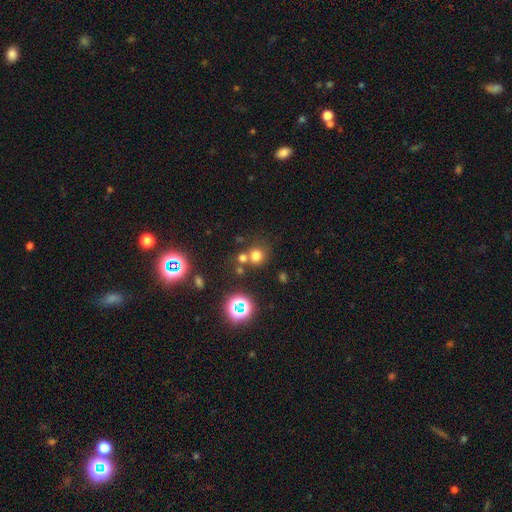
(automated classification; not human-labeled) Q: Smooth or featured?
A: smooth (68%); runner-up: star or artifact (24%)
Q: How rounded?
A: round (89%); runner-up: in between (10%)
Q: Merging?
A: none (62%); runner-up: merger (26%)